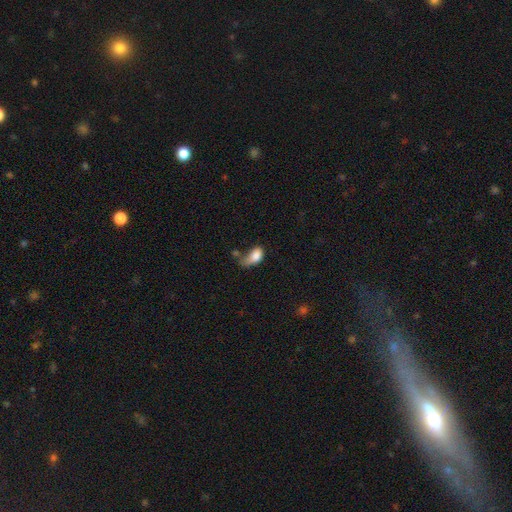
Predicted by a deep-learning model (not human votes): Smooth or featured: smooth — 79% (featured or disk — 13%)
How rounded: in between — 88% (round — 9%)
Merging: major disturbance — 35% (minor disturbance — 27%)